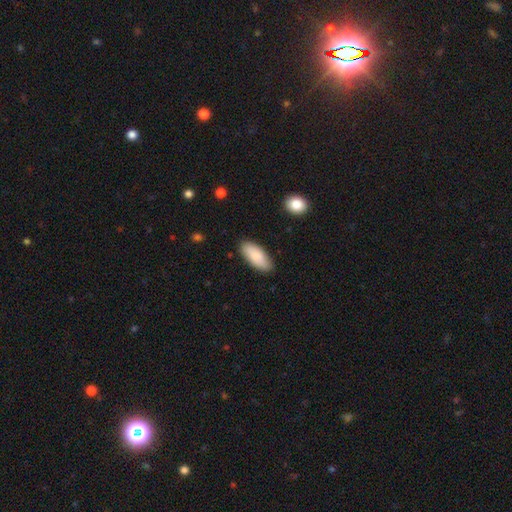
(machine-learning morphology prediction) Overall: smooth (86%). How rounded: in between (86%). Merging: none (86%).